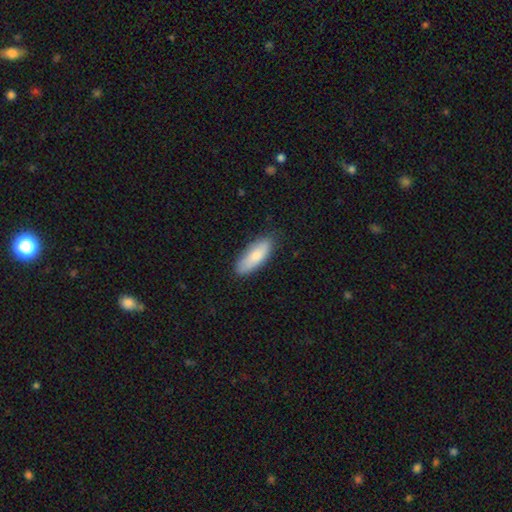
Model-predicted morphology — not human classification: This is clearly a smooth galaxy (80%). How rounded: likely in between (65%). Merging: clearly none (84%).